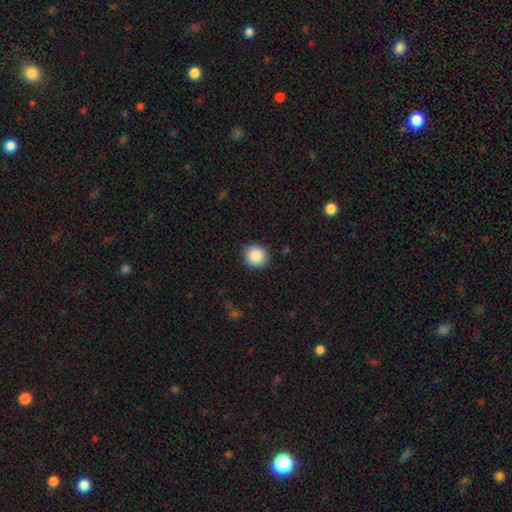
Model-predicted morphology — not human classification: This is clearly a smooth galaxy (89%). How rounded: clearly round (89%). Merging: clearly none (90%).